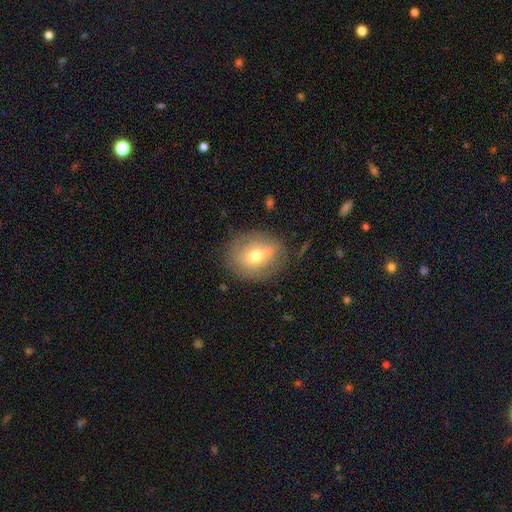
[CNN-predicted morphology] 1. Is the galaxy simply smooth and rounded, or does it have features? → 53% smooth, 38% featured or disk, 9% star or artifact.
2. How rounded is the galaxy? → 56% round, 42% in between, 1% cigar-shaped.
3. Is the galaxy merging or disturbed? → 73% none, 18% minor disturbance, 7% major disturbance, 2% merger.